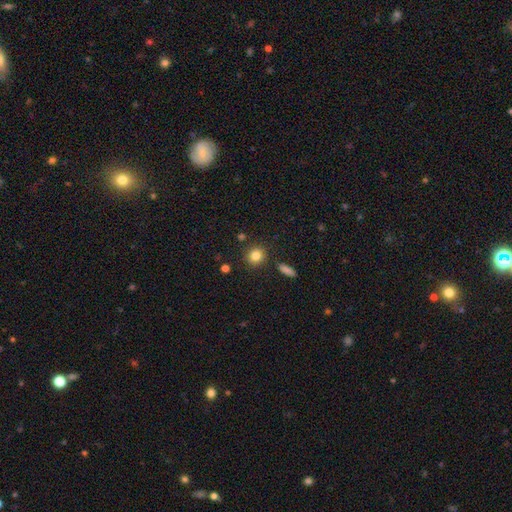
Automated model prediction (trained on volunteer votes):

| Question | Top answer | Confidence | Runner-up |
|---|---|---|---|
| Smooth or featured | smooth | 83% | star or artifact (10%) |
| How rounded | round | 82% | in between (17%) |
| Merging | none | 86% | minor disturbance (8%) |